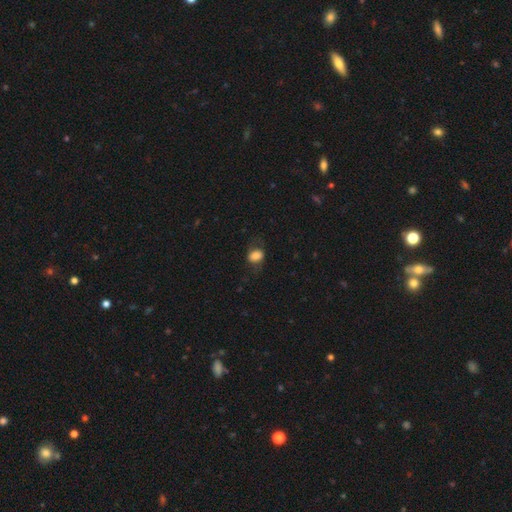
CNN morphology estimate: smooth 80%, featured or disk 12%, star or artifact 9%. Down the decision tree: how rounded — in between (70%); merging — none (65%).